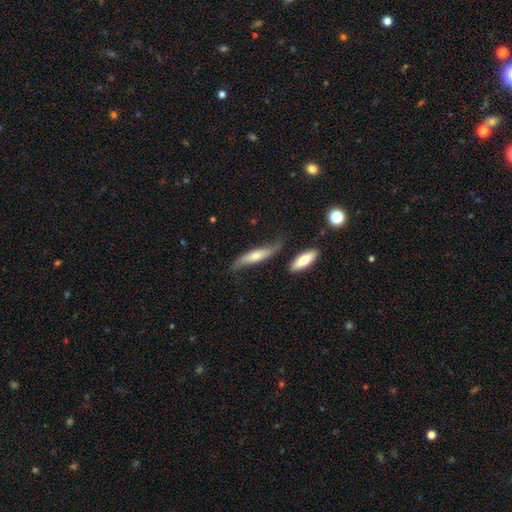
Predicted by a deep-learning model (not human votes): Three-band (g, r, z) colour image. It shows a featured or disk galaxy (50%) viewed edge-on (51%). Merging: none (59%).